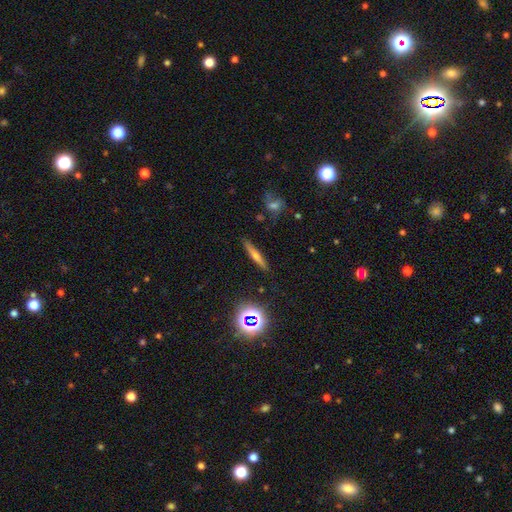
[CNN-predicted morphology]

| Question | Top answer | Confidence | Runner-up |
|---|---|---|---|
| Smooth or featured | featured or disk | 45% | smooth (39%) |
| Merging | none | 88% | minor disturbance (8%) |